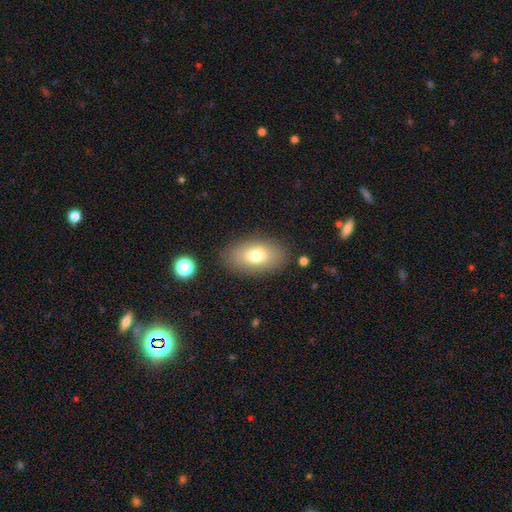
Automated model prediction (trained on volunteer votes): smooth-or-featured: smooth: 73% | featured or disk: 18% | star or artifact: 9%
  how-rounded: in between: 89% | round: 8% | cigar-shaped: 2%
  merging: none: 83% | minor disturbance: 11% | major disturbance: 4% | merger: 2%